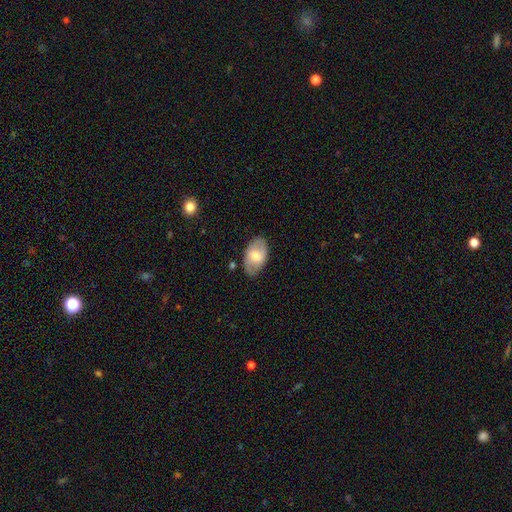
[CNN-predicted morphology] Smooth or featured?
  - smooth: 59% *
  - featured or disk: 35%
  - star or artifact: 6%
How rounded?
  - in between: 92% *
  - round: 7%
  - cigar-shaped: 1%
Merging?
  - none: 79% *
  - minor disturbance: 15%
  - major disturbance: 4%
  - merger: 2%